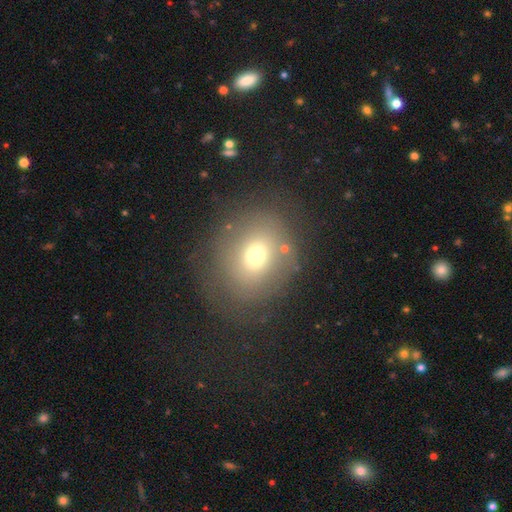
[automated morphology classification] smooth_or_featured: smooth (p=0.64) [alt: featured or disk p=0.21]
how_rounded: round (p=0.66) [alt: in between p=0.33]
merging: none (p=0.70) [alt: minor disturbance p=0.16]